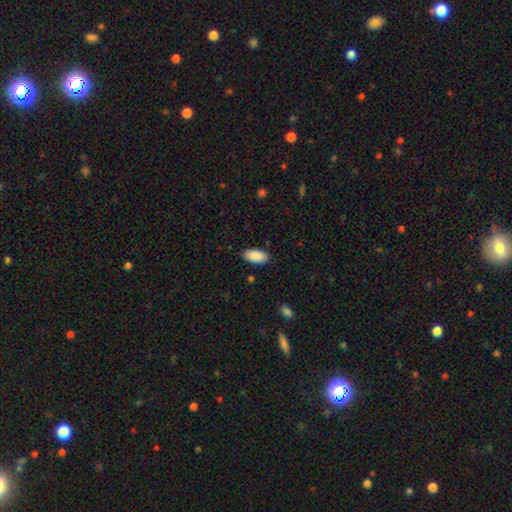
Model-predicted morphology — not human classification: type=smooth (90%); roundness=in between (94%); merging=none (86%).